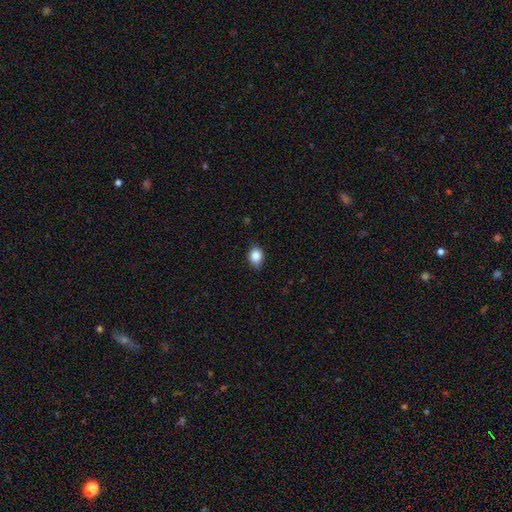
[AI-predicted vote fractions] A smooth galaxy with no disk features (85%) that is in between round and cigar-shaped (69%).

Vote fractions:
- Smooth or featured? smooth: 85% / star or artifact: 9% / featured or disk: 6%
- How rounded? in between: 69% / round: 30% / cigar-shaped: 1%
- Merging? none: 82% / minor disturbance: 15% / major disturbance: 2% / merger: 1%